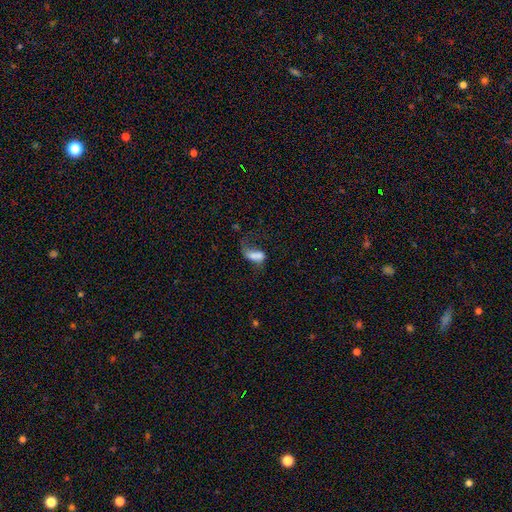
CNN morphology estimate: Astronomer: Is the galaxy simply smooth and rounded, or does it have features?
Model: smooth — 59%.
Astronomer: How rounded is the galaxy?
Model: in between — 78%.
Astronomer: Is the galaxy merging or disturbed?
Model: major disturbance — 39% (runner-up: merger, 28%).